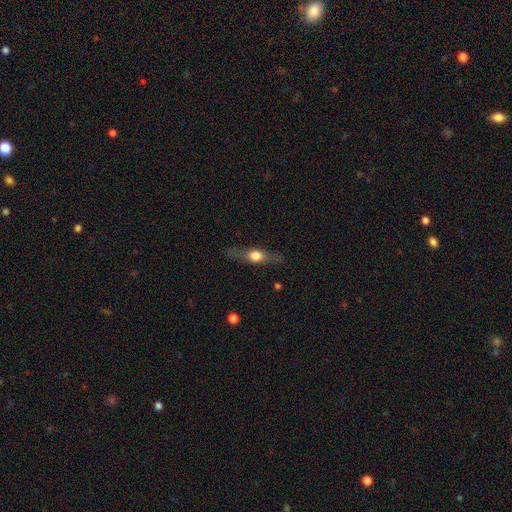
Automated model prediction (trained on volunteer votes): Smooth or featured?
  - featured or disk: 52% *
  - smooth: 41%
  - star or artifact: 7%
Edge-on disk?
  - yes: 87% *
  - no: 13%
Merging?
  - none: 81% *
  - minor disturbance: 13%
  - major disturbance: 5%
  - merger: 1%